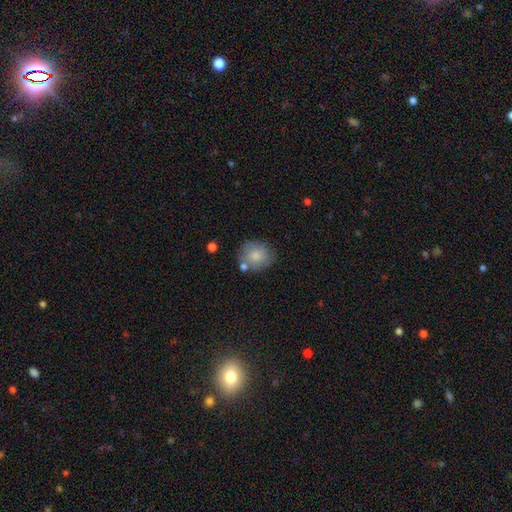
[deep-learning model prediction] Smooth or featured?
  - smooth: 81% *
  - featured or disk: 12%
  - star or artifact: 7%
How rounded?
  - round: 81% *
  - in between: 18%
  - cigar-shaped: 1%
Merging?
  - none: 70% *
  - minor disturbance: 15%
  - merger: 11%
  - major disturbance: 4%